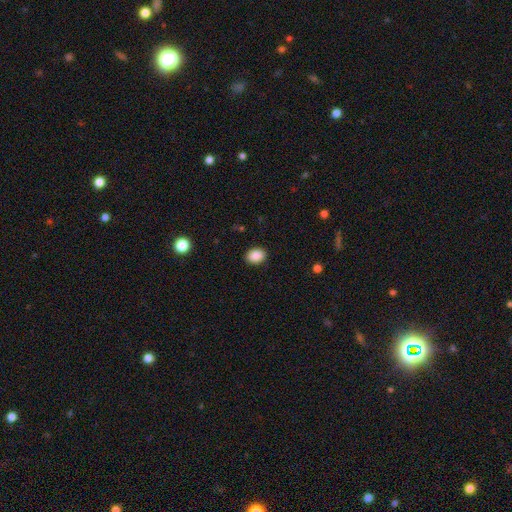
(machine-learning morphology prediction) Smooth or featured? smooth (88%)
How rounded? in between (63%)
Merging? none (90%)